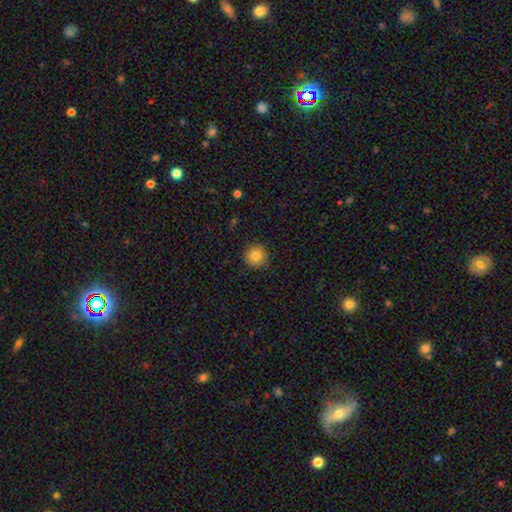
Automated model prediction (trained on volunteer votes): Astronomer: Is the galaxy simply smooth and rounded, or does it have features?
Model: smooth — 83%.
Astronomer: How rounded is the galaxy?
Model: round — 94%.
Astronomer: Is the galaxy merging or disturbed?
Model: none — 87%.